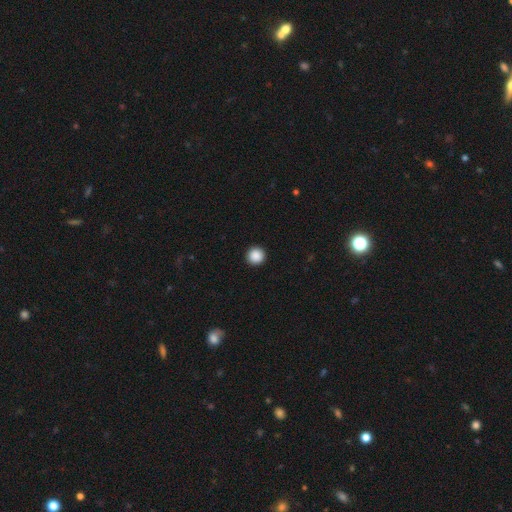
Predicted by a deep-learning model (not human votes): smooth_or_featured: smooth (p=0.89) [alt: star or artifact p=0.09]
how_rounded: round (p=0.96) [alt: in between p=0.03]
merging: none (p=0.93) [alt: minor disturbance p=0.04]